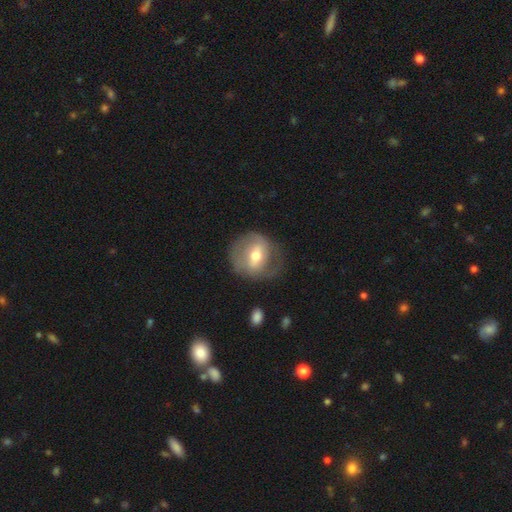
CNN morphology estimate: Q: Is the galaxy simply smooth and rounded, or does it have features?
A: featured or disk — 55%.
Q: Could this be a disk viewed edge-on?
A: no — 94%.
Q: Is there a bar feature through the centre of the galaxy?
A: weak — 43%.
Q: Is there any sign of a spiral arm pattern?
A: yes — 51%.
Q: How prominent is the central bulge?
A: moderate — 70%.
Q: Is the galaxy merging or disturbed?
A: none — 64%.